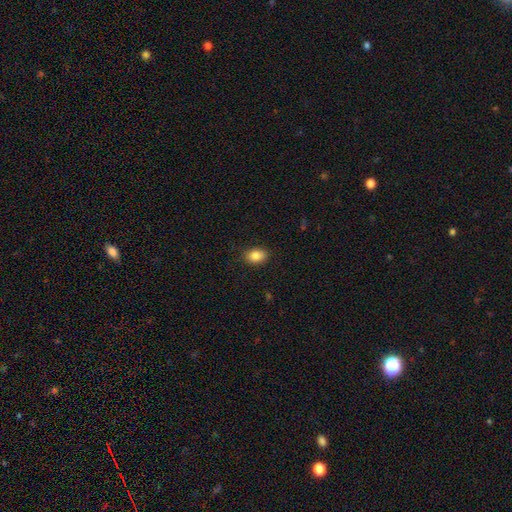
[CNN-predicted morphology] Q: Smooth or featured?
A: smooth (86%); runner-up: star or artifact (9%)
Q: How rounded?
A: in between (76%); runner-up: round (23%)
Q: Merging?
A: none (87%); runner-up: minor disturbance (10%)